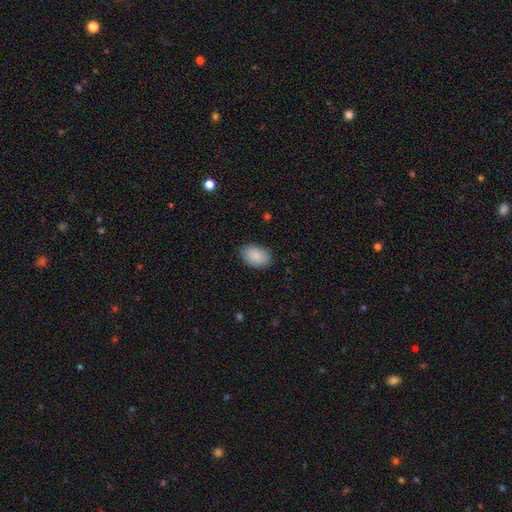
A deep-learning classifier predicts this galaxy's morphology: This appears to be a smooth galaxy with no disk features (88%) that is in between round and cigar-shaped (88%). Merging: none (85%).